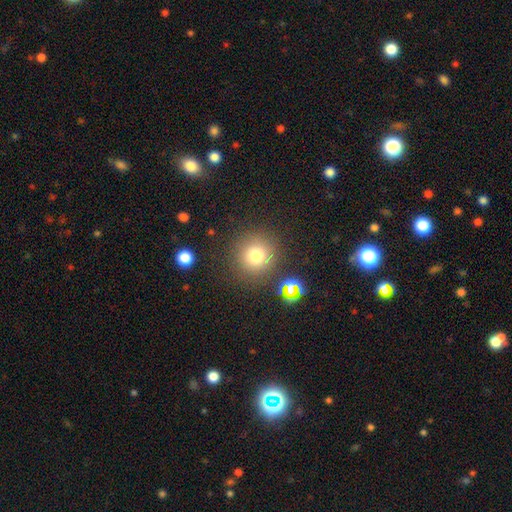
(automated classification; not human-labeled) This appears to be a smooth galaxy with no disk features (75%) that is round (94%). Merging: none (83%).